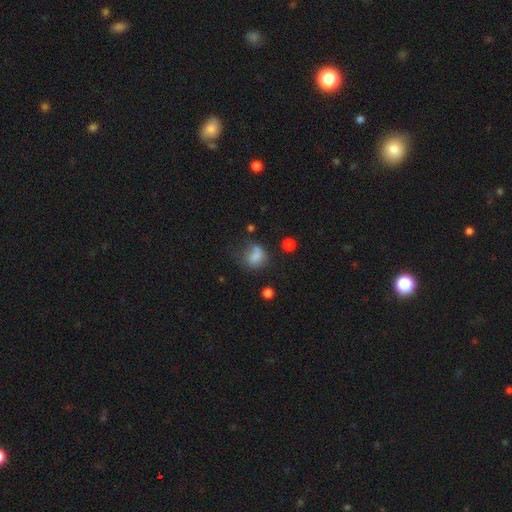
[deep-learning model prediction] A smooth galaxy with no disk features (72%) that is in between round and cigar-shaped (51%).

Vote fractions:
- Smooth or featured? smooth: 72% / featured or disk: 14% / star or artifact: 14%
- How rounded? in between: 51% / round: 47% / cigar-shaped: 2%
- Merging? none: 37% / minor disturbance: 28% / major disturbance: 25% / merger: 10%